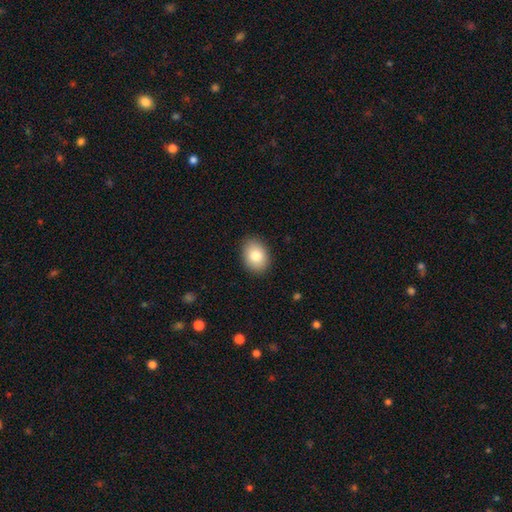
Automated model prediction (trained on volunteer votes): Smooth or featured: smooth — 82% (featured or disk — 10%)
How rounded: in between — 71% (round — 28%)
Merging: none — 89% (minor disturbance — 8%)